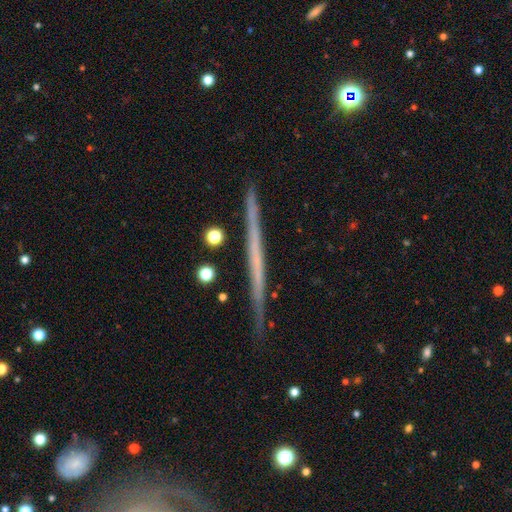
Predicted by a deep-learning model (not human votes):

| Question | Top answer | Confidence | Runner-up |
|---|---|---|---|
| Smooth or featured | featured or disk | 62% | smooth (31%) |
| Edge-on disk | yes | 98% | no (2%) |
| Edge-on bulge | none | 92% | rounded (5%) |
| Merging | none | 89% | minor disturbance (9%) |